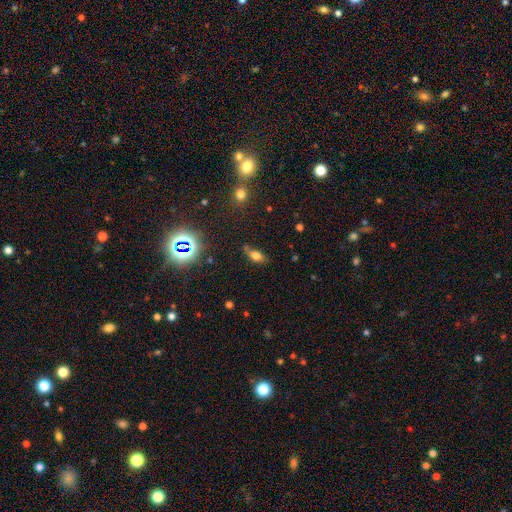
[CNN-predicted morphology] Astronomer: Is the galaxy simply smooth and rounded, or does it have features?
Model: smooth — 70%.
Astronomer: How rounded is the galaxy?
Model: in between — 81%.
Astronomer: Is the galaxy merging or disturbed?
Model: none — 64%.